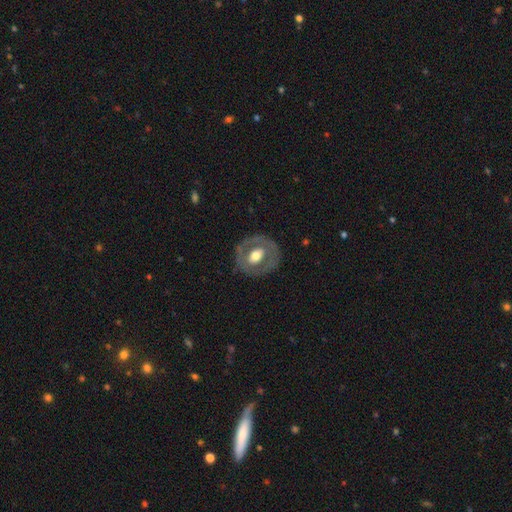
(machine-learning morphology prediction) The model was most divided on "smooth or featured": featured or disk: 54%, smooth: 40%, star or artifact: 6%. More confident: edge-on disk — no (94%); spiral arms — no (86%); merging — none (79%); bar — no (65%); bulge size — moderate (58%).